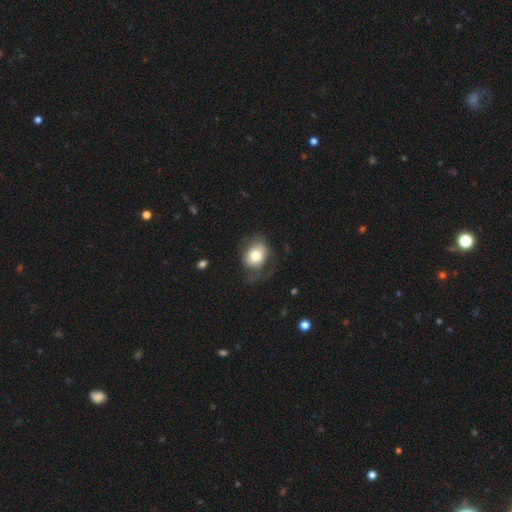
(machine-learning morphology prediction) Overall: smooth (71%). How rounded: in between (56%; round 43%). Merging: none (51%; minor disturbance 26%).